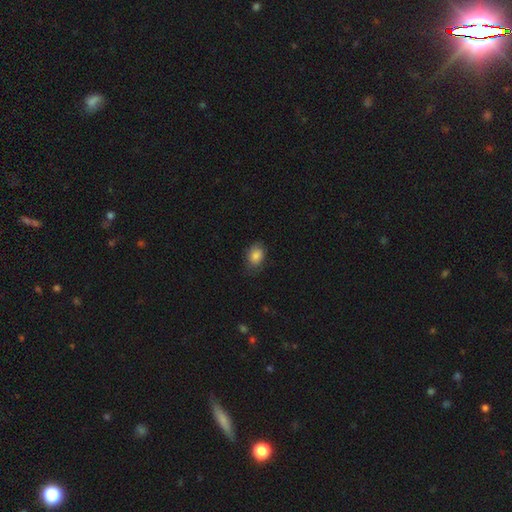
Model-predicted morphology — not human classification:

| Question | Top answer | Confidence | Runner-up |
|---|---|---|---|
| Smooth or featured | smooth | 84% | star or artifact (8%) |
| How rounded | in between | 72% | round (27%) |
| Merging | none | 73% | minor disturbance (21%) |